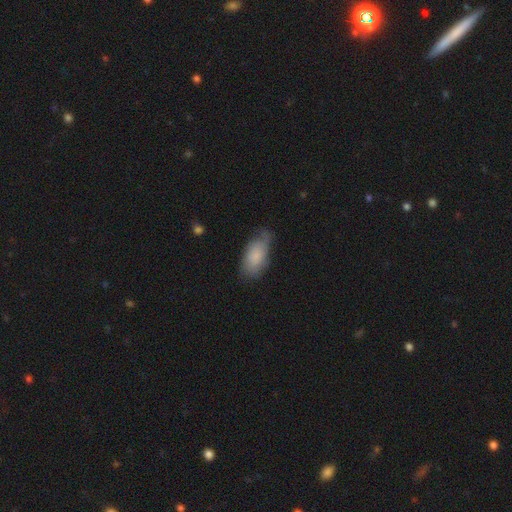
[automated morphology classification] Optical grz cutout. It shows a smooth galaxy with no disk features (78%) that is in between round and cigar-shaped (91%). Merging: none (55%).